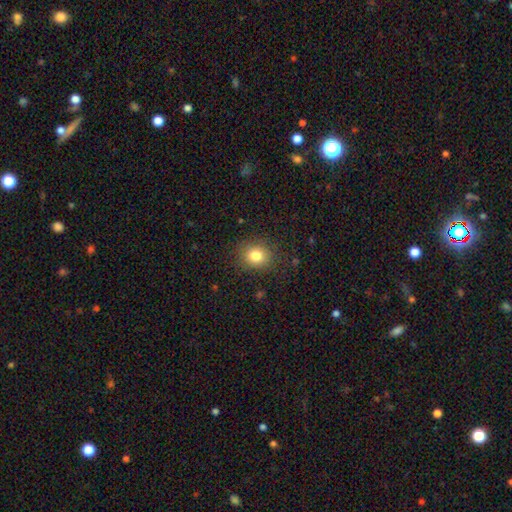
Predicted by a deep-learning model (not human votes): A smooth galaxy with no disk features (81%) that is round (71%).

Vote fractions:
- Smooth or featured? smooth: 81% / star or artifact: 12% / featured or disk: 7%
- How rounded? round: 71% / in between: 28% / cigar-shaped: 1%
- Merging? none: 86% / minor disturbance: 10% / major disturbance: 3% / merger: 1%